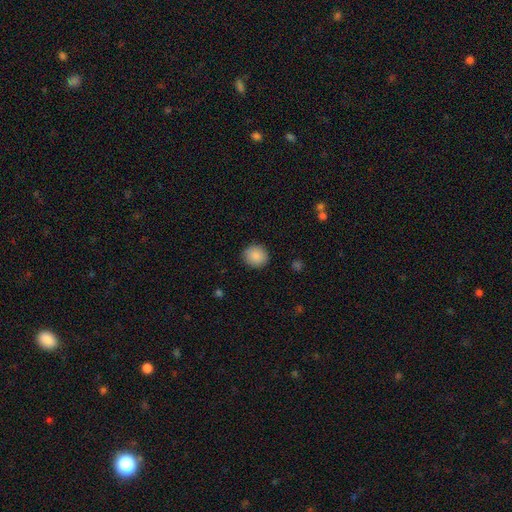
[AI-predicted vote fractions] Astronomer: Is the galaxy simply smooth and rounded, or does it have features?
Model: smooth — 88%.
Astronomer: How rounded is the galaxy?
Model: round — 87%.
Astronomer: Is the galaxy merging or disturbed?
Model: none — 91%.